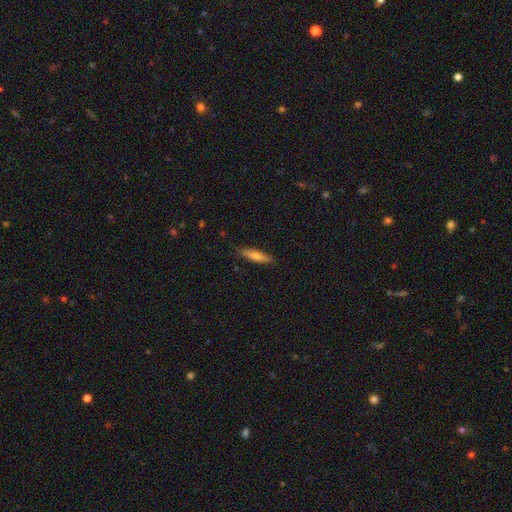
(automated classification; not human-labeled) The model was most divided on "smooth or featured": smooth: 68%, featured or disk: 26%, star or artifact: 6%. More confident: merging — none (87%); how rounded — cigar-shaped (79%).